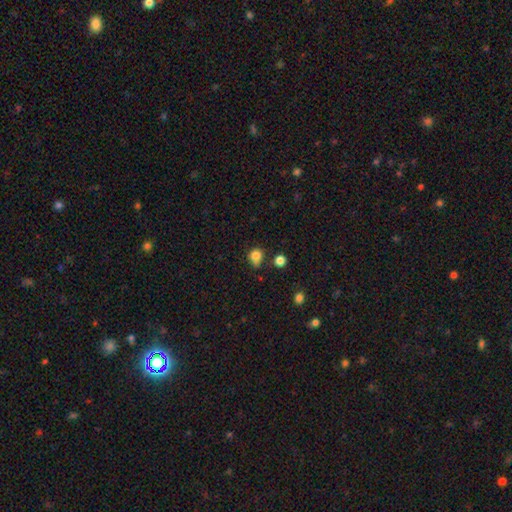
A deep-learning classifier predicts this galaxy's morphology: Overall: smooth (81%). How rounded: round (72%). Merging: none (50%; minor disturbance 30%).